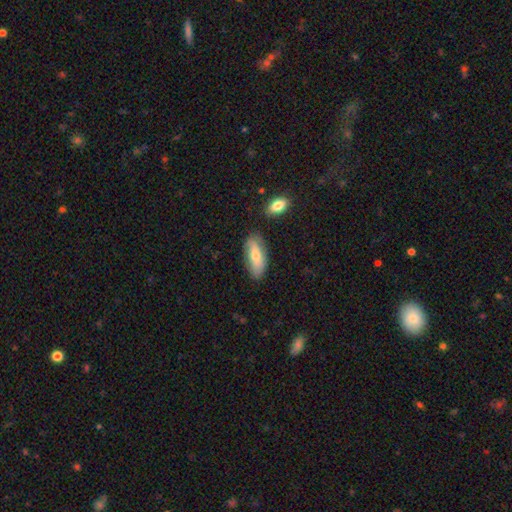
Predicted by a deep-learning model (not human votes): Morphology: type=smooth (65%); roundness=in between (80%); merging=none (72%).